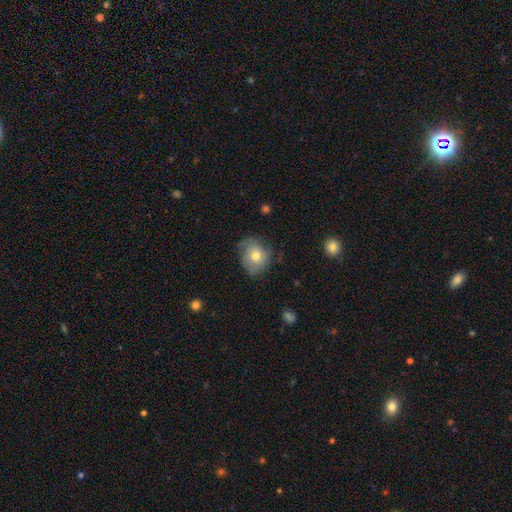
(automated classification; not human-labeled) Smooth or featured?
  - smooth: 66% *
  - featured or disk: 25%
  - star or artifact: 8%
How rounded?
  - round: 66% *
  - in between: 33%
  - cigar-shaped: 1%
Merging?
  - none: 60% *
  - minor disturbance: 29%
  - major disturbance: 9%
  - merger: 1%